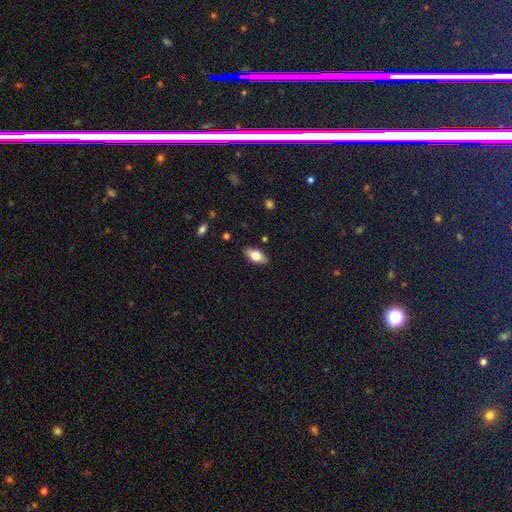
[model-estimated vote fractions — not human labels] smooth_or_featured: smooth (p=0.73) [alt: featured or disk p=0.20]
how_rounded: in between (p=0.88) [alt: cigar-shaped p=0.09]
merging: none (p=0.87) [alt: minor disturbance p=0.10]